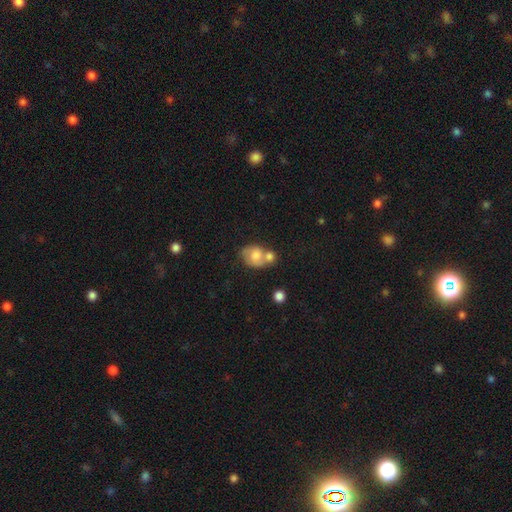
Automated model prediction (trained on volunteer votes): Q: Smooth or featured?
A: smooth (68%); runner-up: featured or disk (23%)
Q: How rounded?
A: round (51%); runner-up: in between (47%)
Q: Merging?
A: merger (49%); runner-up: none (31%)